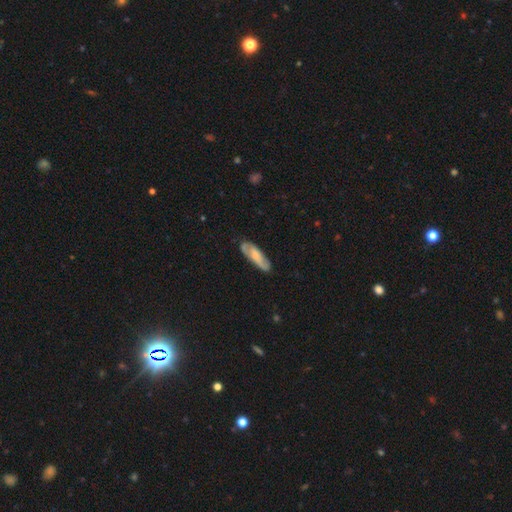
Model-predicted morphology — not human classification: Q: Smooth or featured?
A: smooth (49%); runner-up: featured or disk (45%)
Q: Merging?
A: none (75%); runner-up: minor disturbance (19%)